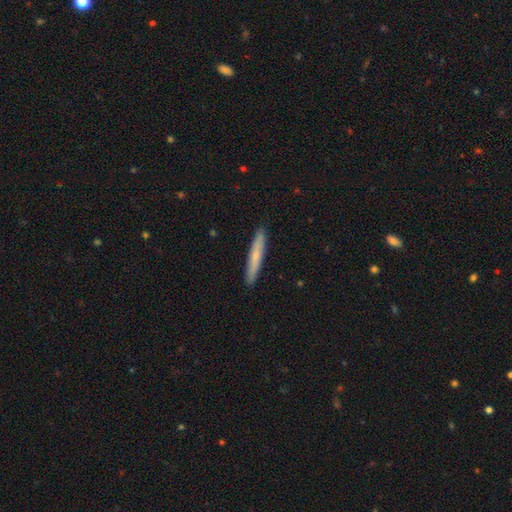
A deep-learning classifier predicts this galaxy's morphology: This appears to be a smooth galaxy with no disk features (65%) that is cigar-shaped (95%). Merging: none (92%).